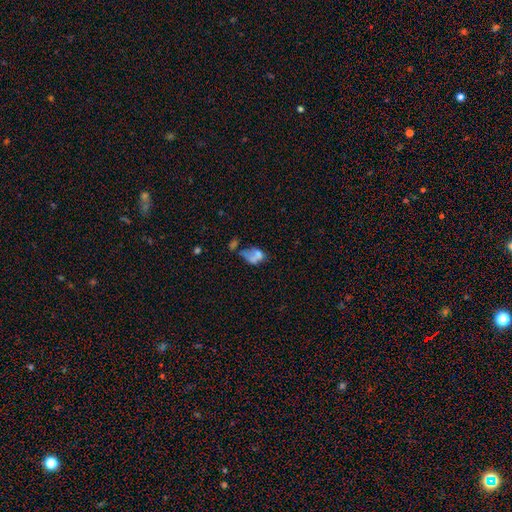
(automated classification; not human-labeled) smooth_or_featured: smooth (p=0.55) [alt: featured or disk p=0.32]
how_rounded: in between (p=0.79) [alt: round p=0.19]
merging: merger (p=0.38) [alt: major disturbance p=0.28]